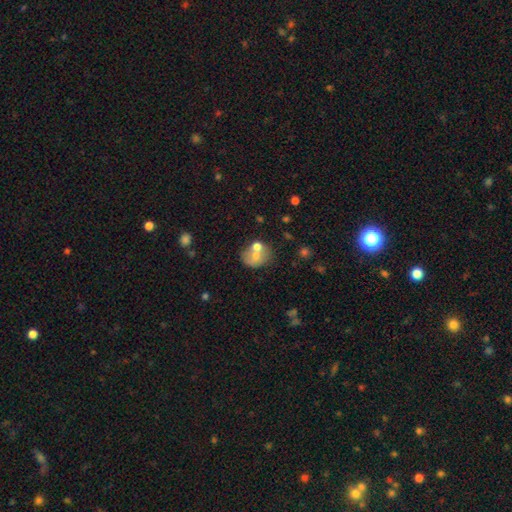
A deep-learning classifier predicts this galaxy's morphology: smooth_or_featured: smooth (p=0.58) [alt: featured or disk p=0.30]
how_rounded: round (p=0.56) [alt: in between p=0.43]
merging: none (p=0.48) [alt: merger p=0.30]